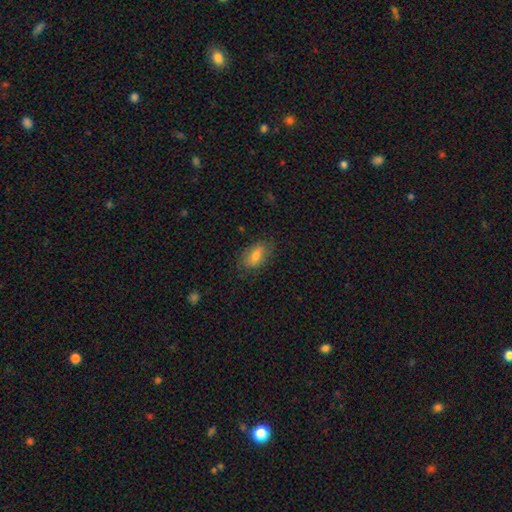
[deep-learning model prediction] Smooth or featured: smooth — 73% (featured or disk — 19%)
How rounded: in between — 89% (round — 7%)
Merging: none — 77% (minor disturbance — 18%)